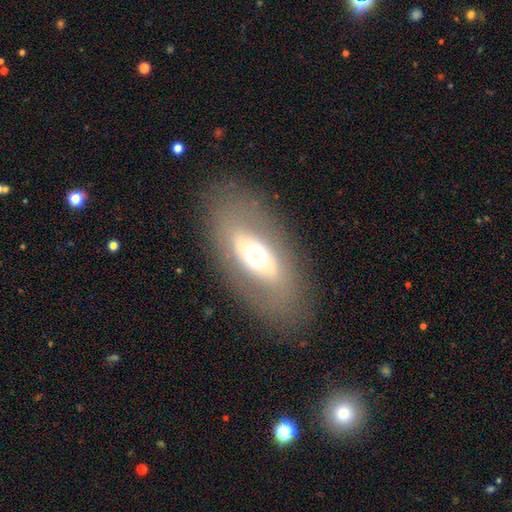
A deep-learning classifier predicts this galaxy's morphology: A featured or disk galaxy (47%). Merging: none (80%).